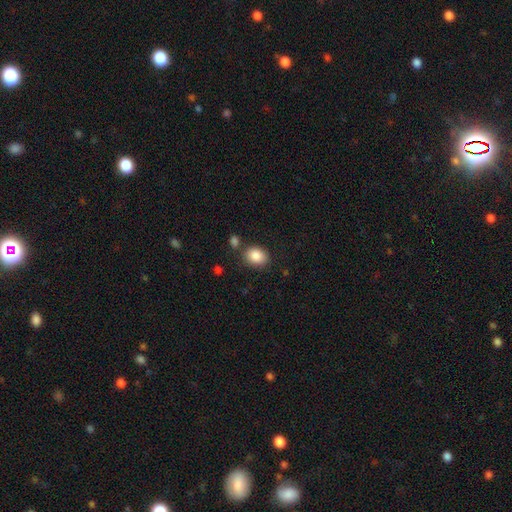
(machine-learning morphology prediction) type=smooth (87%); roundness=in between (57%); merging=none (75%).